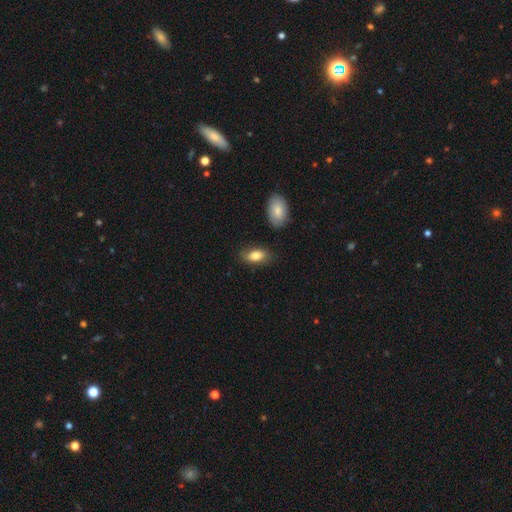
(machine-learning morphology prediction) smooth 81%, featured or disk 12%, star or artifact 7%. Down the decision tree: how rounded — in between (90%); merging — none (81%).